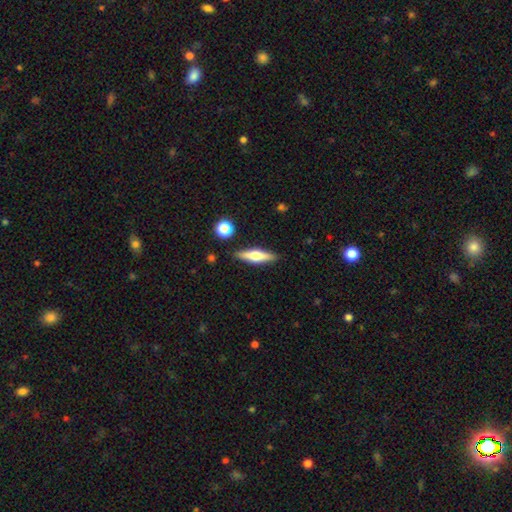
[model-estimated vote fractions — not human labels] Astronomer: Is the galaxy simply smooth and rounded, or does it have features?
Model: featured or disk — 53% (runner-up: smooth, 41%).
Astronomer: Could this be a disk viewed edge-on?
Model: yes — 94%.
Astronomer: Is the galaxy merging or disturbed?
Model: none — 88%.